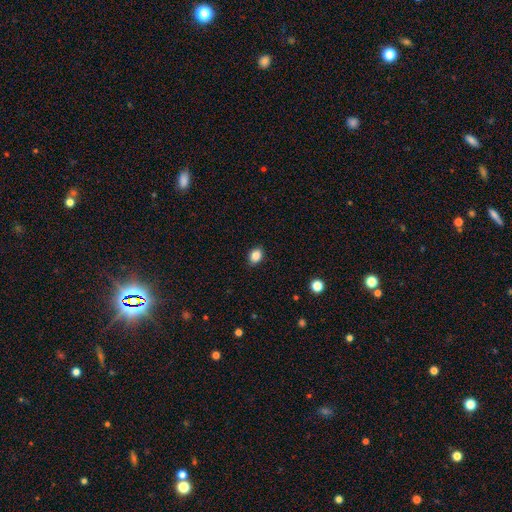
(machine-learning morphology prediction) smooth_or_featured: smooth (p=0.87) [alt: star or artifact p=0.09]
how_rounded: in between (p=0.68) [alt: round p=0.31]
merging: none (p=0.88) [alt: minor disturbance p=0.09]